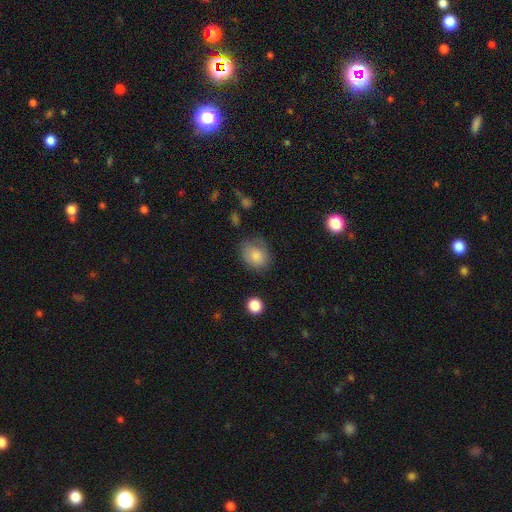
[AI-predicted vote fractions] A smooth galaxy with no disk features (81%) that is in between round and cigar-shaped (53%). Merging: none (60%).